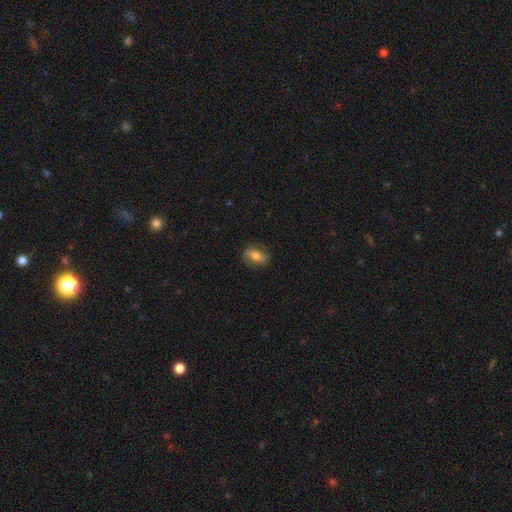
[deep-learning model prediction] The model was most divided on "smooth or featured": smooth: 60%, featured or disk: 32%, star or artifact: 8%. More confident: how rounded — in between (79%); merging — none (78%).